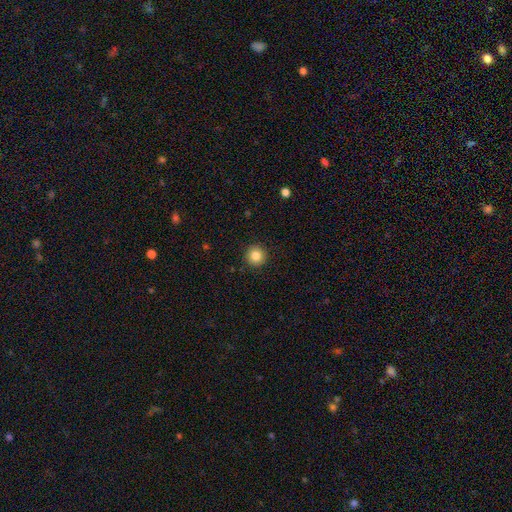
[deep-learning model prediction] smooth_or_featured: smooth (p=0.85) [alt: star or artifact p=0.10]
how_rounded: round (p=0.95) [alt: in between p=0.04]
merging: none (p=0.92) [alt: minor disturbance p=0.05]